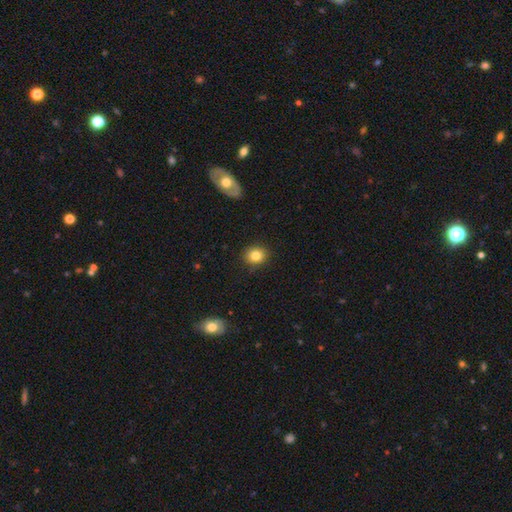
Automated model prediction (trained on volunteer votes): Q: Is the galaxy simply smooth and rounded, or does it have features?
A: smooth — 83%.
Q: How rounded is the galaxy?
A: round — 71%.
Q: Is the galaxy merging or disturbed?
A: none — 89%.